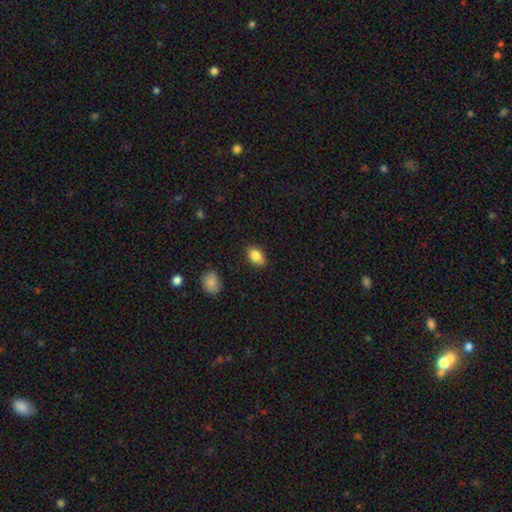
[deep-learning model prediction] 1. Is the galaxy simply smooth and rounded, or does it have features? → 85% smooth, 8% star or artifact, 7% featured or disk.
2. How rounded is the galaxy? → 87% in between, 11% round, 2% cigar-shaped.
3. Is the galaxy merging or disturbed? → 83% none, 13% minor disturbance, 2% major disturbance, 1% merger.